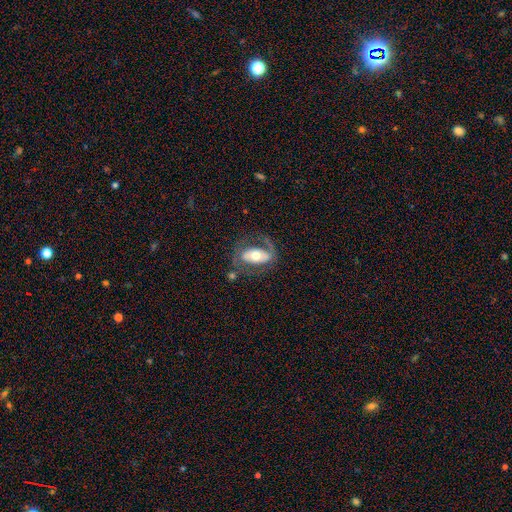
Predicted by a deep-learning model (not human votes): Smooth or featured? featured or disk (60%)
Edge-on disk? no (89%)
Bar? no (48%)
Spiral arms? yes (58%)
Bulge size? moderate (67%)
Merging? none (59%)